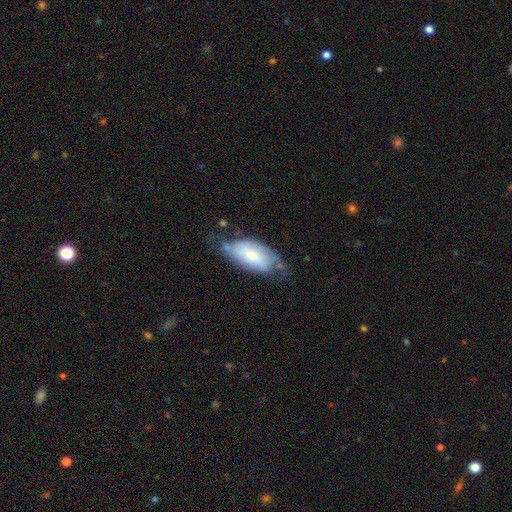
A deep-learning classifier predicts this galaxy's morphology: smooth-or-featured: smooth: 56% | featured or disk: 37% | star or artifact: 6%
  how-rounded: in between: 91% | cigar-shaped: 6% | round: 3%
  merging: none: 43% | minor disturbance: 36% | major disturbance: 17% | merger: 4%